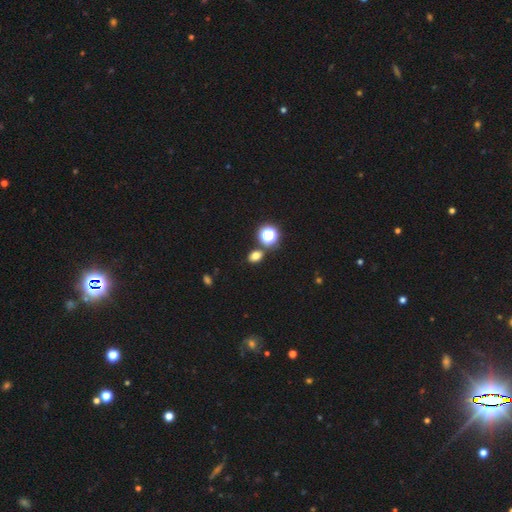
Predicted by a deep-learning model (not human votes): Smooth or featured?
  - smooth: 71% *
  - star or artifact: 21%
  - featured or disk: 7%
How rounded?
  - in between: 61% *
  - round: 37%
  - cigar-shaped: 1%
Merging?
  - none: 78% *
  - minor disturbance: 10%
  - merger: 9%
  - major disturbance: 3%